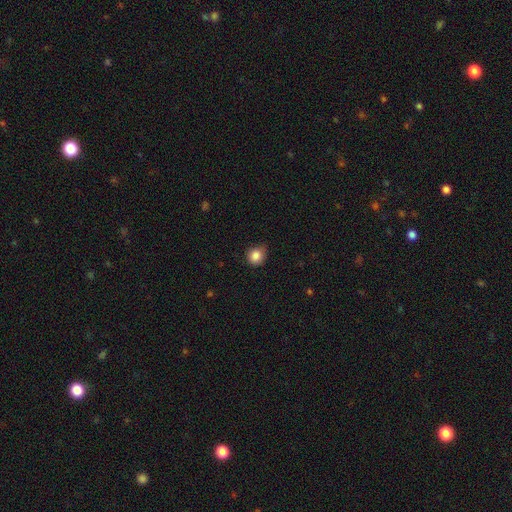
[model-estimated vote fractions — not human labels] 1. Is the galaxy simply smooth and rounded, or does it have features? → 85% smooth, 10% star or artifact, 4% featured or disk.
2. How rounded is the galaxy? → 85% round, 14% in between, 1% cigar-shaped.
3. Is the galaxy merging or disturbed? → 71% none, 24% minor disturbance, 4% major disturbance, 1% merger.